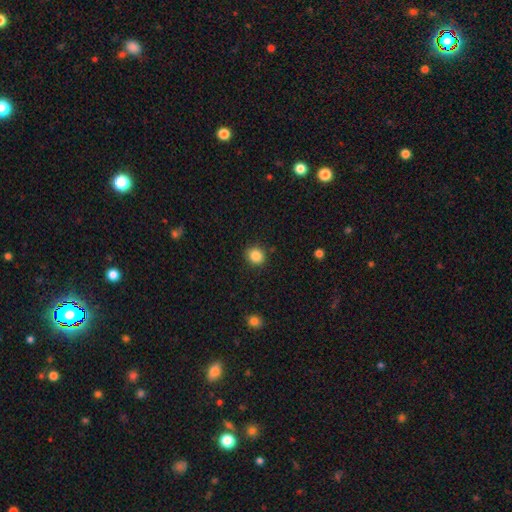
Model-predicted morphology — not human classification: Smooth or featured: smooth — 86% (star or artifact — 10%)
How rounded: round — 82% (in between — 17%)
Merging: none — 88% (minor disturbance — 8%)